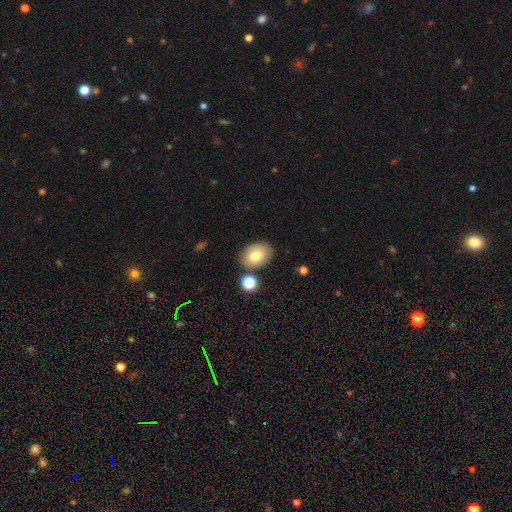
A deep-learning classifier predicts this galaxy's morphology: A smooth galaxy with no disk features (75%) that is in between round and cigar-shaped (74%).

Vote fractions:
- Smooth or featured? smooth: 75% / featured or disk: 16% / star or artifact: 9%
- How rounded? in between: 74% / round: 25% / cigar-shaped: 1%
- Merging? none: 79% / minor disturbance: 12% / merger: 7% / major disturbance: 3%